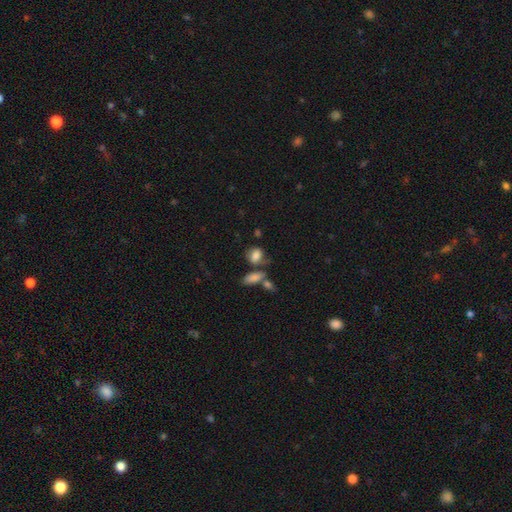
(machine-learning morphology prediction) A smooth galaxy with no disk features (80%) that is in between round and cigar-shaped (70%). Merging: none (46%).